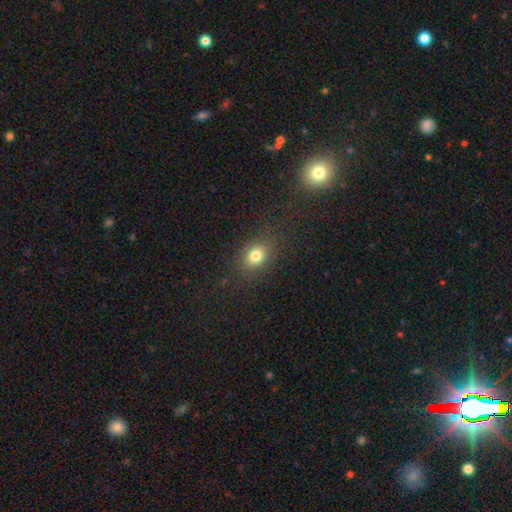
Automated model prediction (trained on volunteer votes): A smooth galaxy with no disk features (77%) that is in between round and cigar-shaped (53%).

Vote fractions:
- Smooth or featured? smooth: 77% / star or artifact: 15% / featured or disk: 8%
- How rounded? in between: 53% / round: 45% / cigar-shaped: 2%
- Merging? none: 83% / minor disturbance: 10% / major disturbance: 5% / merger: 2%